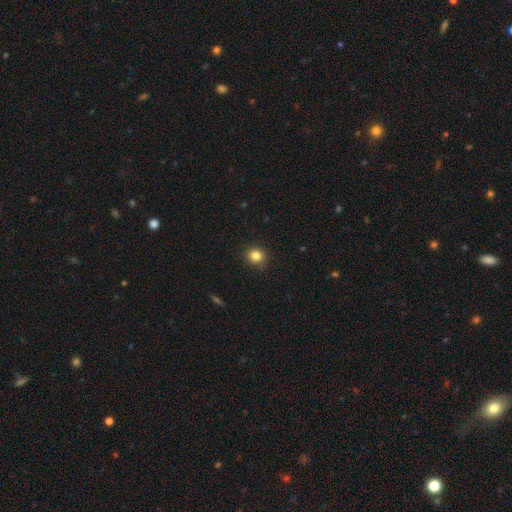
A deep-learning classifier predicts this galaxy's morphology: Overall: smooth (83%). How rounded: round (87%). Merging: none (88%).